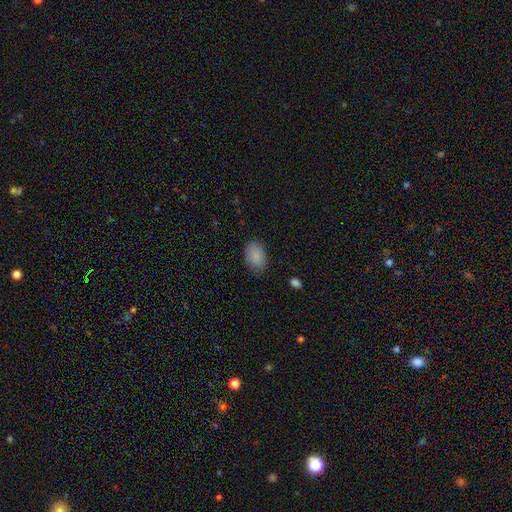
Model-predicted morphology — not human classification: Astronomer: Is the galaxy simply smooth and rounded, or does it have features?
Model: smooth — 87%.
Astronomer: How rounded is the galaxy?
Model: in between — 89%.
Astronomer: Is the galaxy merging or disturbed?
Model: none — 80%.